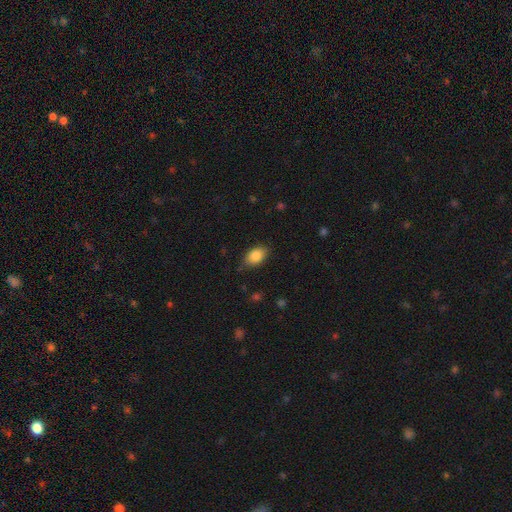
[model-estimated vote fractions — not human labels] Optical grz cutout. It shows a smooth galaxy with no disk features (84%) that is in between round and cigar-shaped (86%). Merging: none (76%).